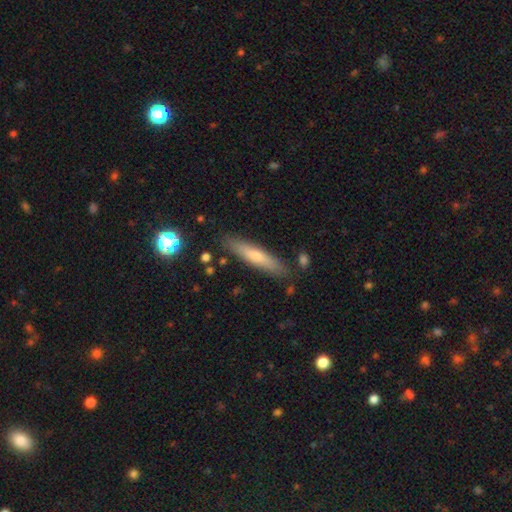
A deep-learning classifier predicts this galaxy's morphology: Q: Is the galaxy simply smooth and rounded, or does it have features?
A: smooth — 60%.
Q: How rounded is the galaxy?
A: cigar-shaped — 87%.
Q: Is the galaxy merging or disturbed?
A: none — 85%.